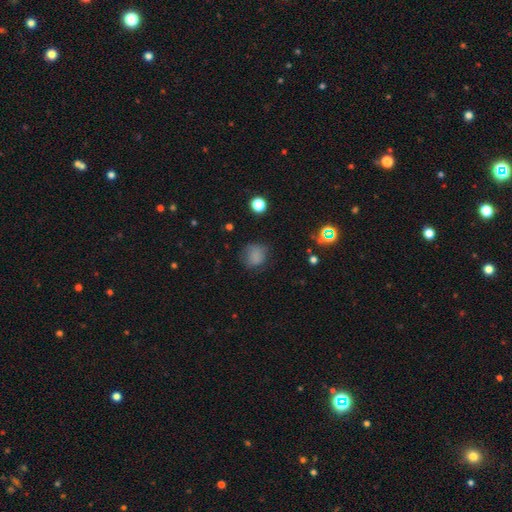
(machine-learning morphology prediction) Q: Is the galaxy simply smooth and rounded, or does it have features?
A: smooth — 77%.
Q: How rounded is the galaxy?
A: round — 75%.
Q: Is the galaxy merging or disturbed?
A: none — 69%.